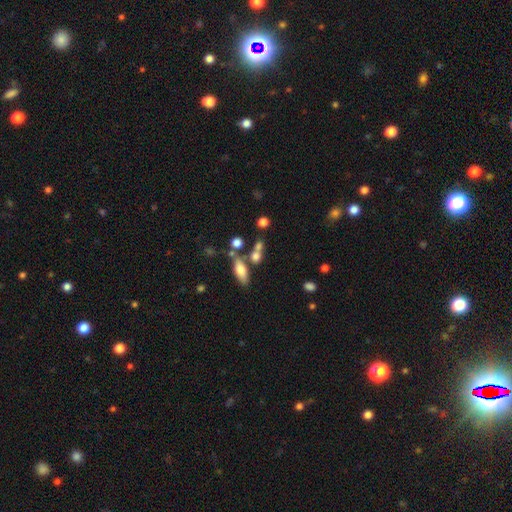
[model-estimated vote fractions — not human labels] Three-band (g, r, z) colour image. It shows a smooth galaxy with no disk features (70%) that is in between round and cigar-shaped (55%). Merging: none (49%).